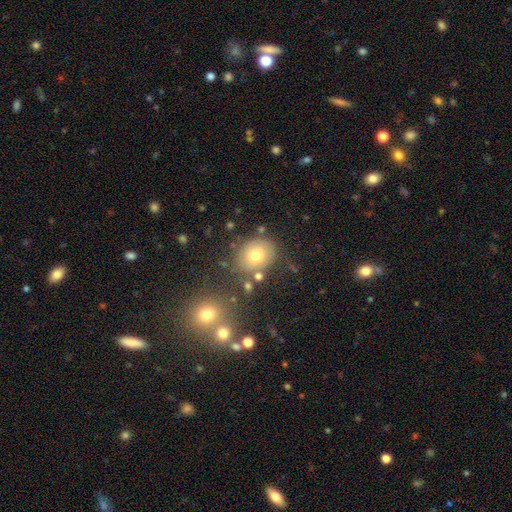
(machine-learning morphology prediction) Smooth or featured? smooth (72%)
How rounded? round (59%)
Merging? none (76%)